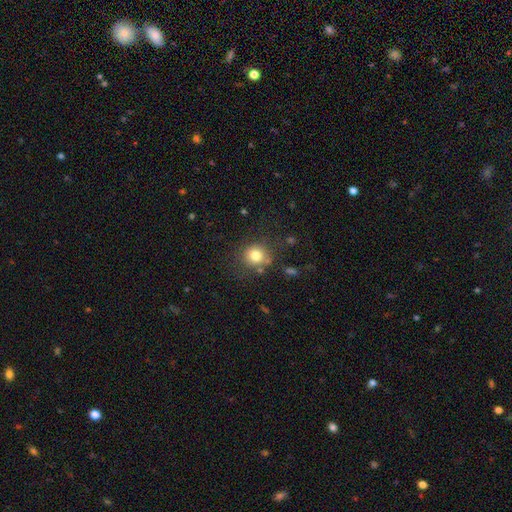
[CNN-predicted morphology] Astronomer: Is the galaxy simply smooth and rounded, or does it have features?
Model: smooth — 80%.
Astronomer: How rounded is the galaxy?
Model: round — 85%.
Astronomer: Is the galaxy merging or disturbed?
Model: none — 77%.